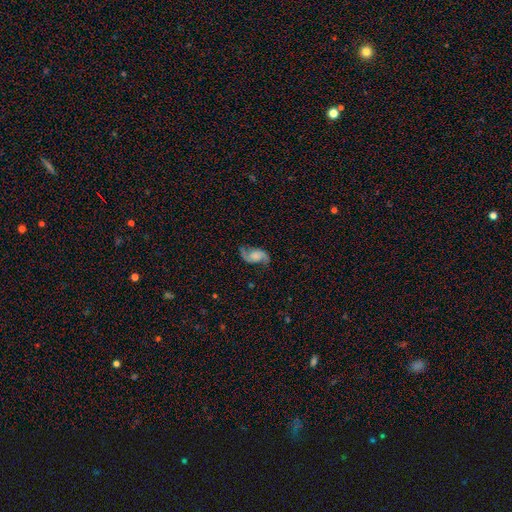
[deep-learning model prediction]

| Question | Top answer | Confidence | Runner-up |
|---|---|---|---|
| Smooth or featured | featured or disk | 81% | smooth (12%) |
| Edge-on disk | no | 97% | yes (3%) |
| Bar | no | 62% | weak (31%) |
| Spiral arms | yes | 96% | no (4%) |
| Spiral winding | loose | 58% | medium (34%) |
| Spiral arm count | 2 | 93% | 1 (2%) |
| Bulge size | none | 41% | small (19%) |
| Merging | none | 76% | minor disturbance (15%) |